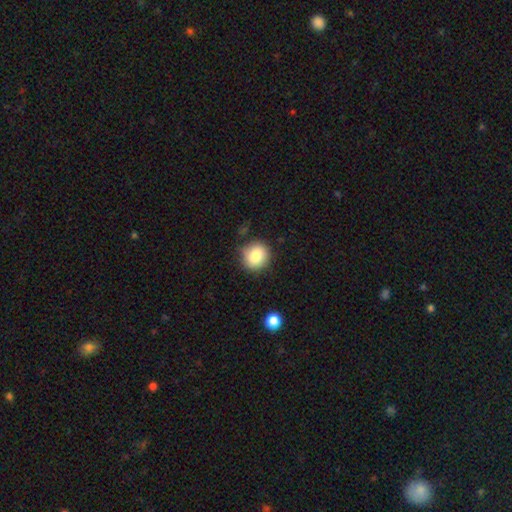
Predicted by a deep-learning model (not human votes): Overall: smooth (85%). How rounded: round (85%). Merging: none (82%).